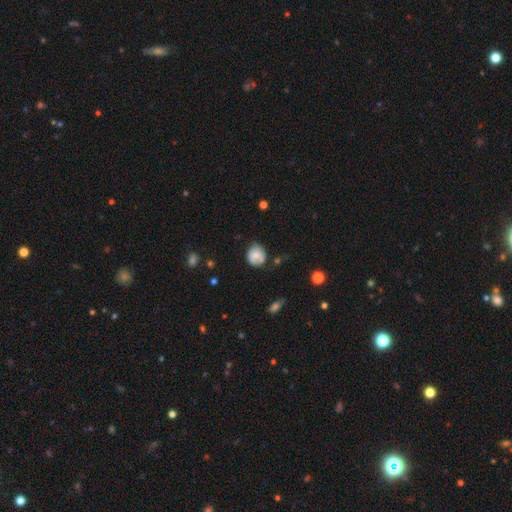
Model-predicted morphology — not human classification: smooth_or_featured: smooth (p=0.63) [alt: featured or disk p=0.28]
how_rounded: round (p=0.72) [alt: in between p=0.27]
merging: none (p=0.58) [alt: minor disturbance p=0.28]